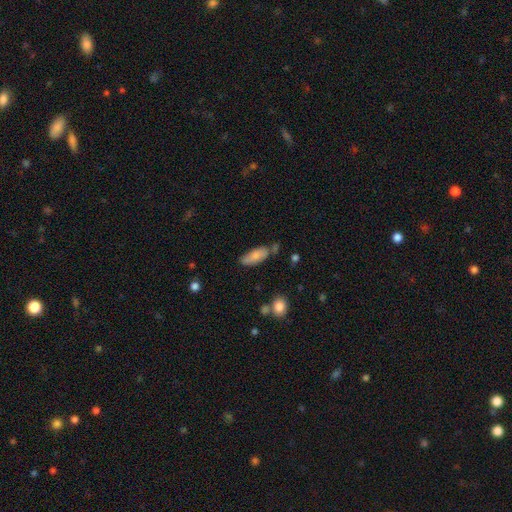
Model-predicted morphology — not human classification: This appears to be a smooth galaxy with no disk features (78%) that is in between round and cigar-shaped (76%). Merging: none (65%).